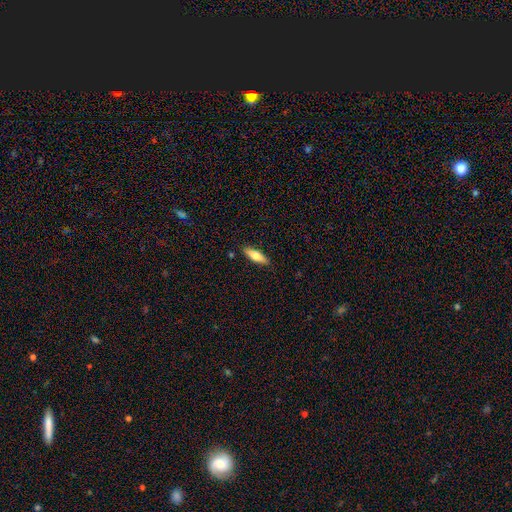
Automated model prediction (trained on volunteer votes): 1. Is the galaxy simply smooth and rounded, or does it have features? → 69% smooth, 25% featured or disk, 6% star or artifact.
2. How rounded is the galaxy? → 52% in between, 46% cigar-shaped, 2% round.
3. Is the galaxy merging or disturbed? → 87% none, 9% minor disturbance, 2% major disturbance, 1% merger.